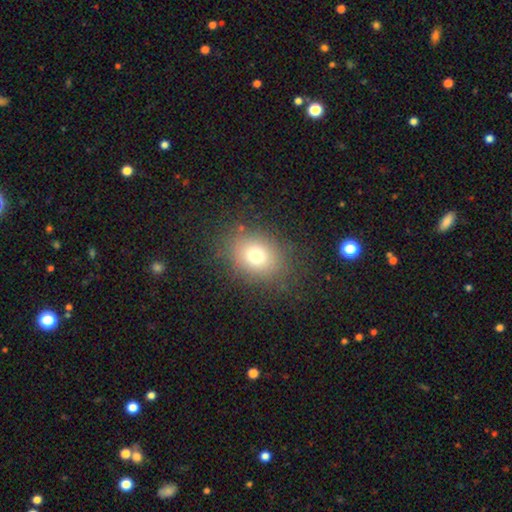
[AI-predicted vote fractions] Smooth or featured? Predicted: smooth (p=0.72). How rounded? Predicted: round (p=0.53). Merging? Predicted: none (p=0.82).